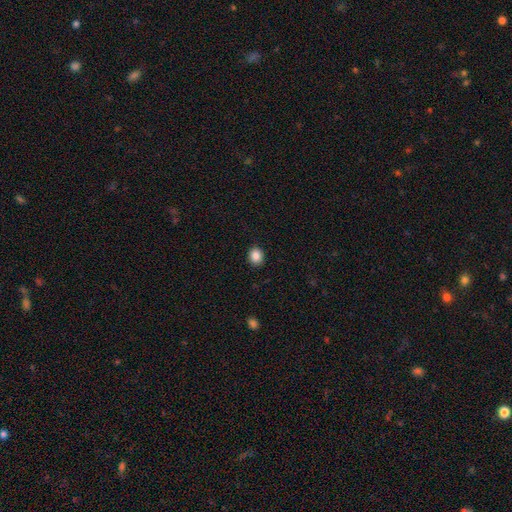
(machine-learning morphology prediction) Smooth or featured? smooth (86%)
How rounded? round (65%)
Merging? none (91%)